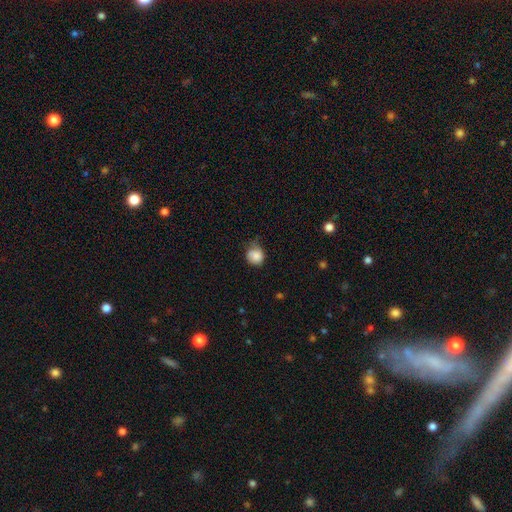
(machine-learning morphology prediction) A smooth galaxy with no disk features (85%) that is round (81%). Merging: none (49%).